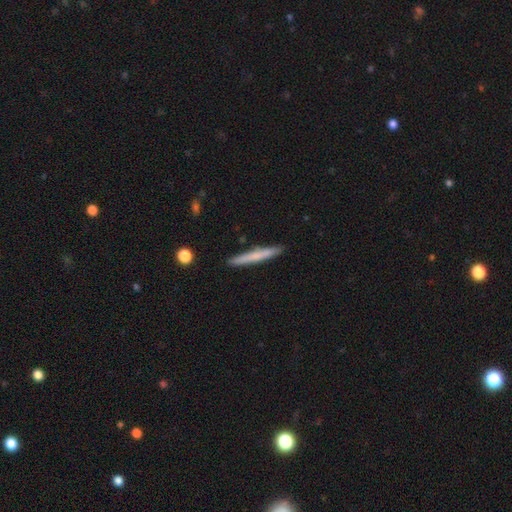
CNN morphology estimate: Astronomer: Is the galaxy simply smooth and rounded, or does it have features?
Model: smooth — 63%.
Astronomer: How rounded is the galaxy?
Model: cigar-shaped — 96%.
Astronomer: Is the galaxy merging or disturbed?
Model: none — 90%.